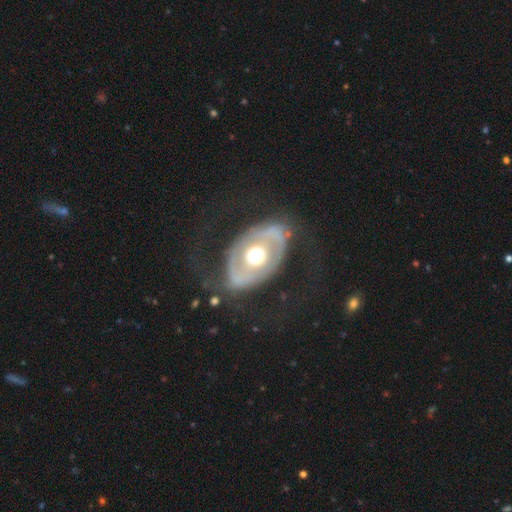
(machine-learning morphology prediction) type=featured or disk (70%); edge-on=no (94%); bar=no (73%); spiral arms=no (56%); bulge=moderate (58%); merging=none (60%).